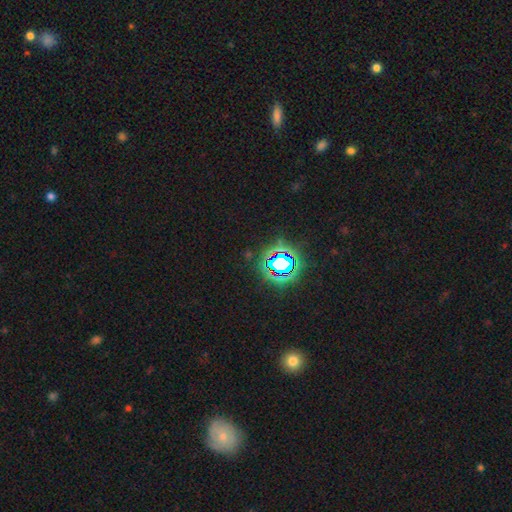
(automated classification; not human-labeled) Smooth or featured: star or artifact — 80% (smooth — 12%)